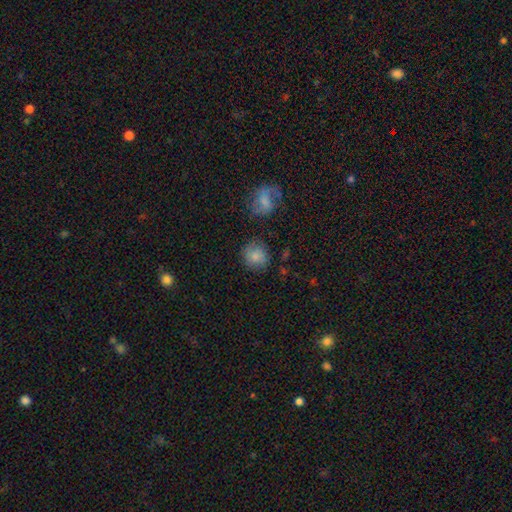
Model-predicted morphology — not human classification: This is clearly a smooth galaxy (81%). How rounded: clearly round (87%). Merging: likely none (78%).